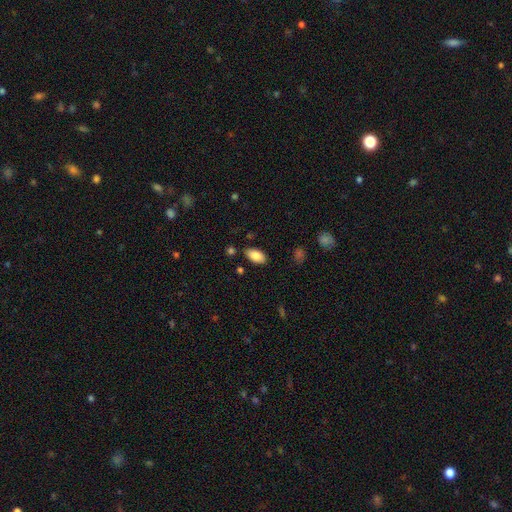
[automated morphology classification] This appears to be a smooth galaxy with no disk features (86%) that is in between round and cigar-shaped (94%). Merging: none (84%).